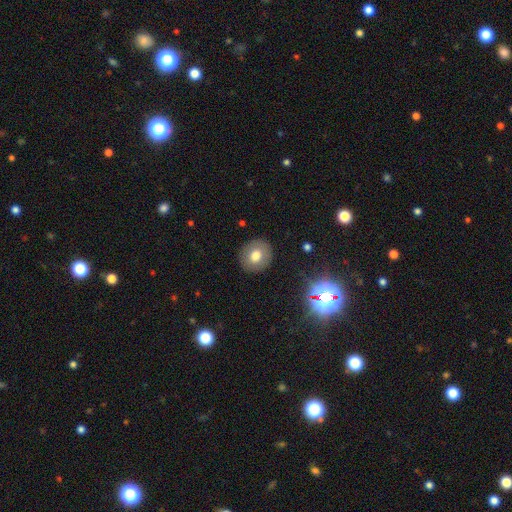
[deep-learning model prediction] Smooth or featured? smooth (71%)
How rounded? round (83%)
Merging? none (88%)